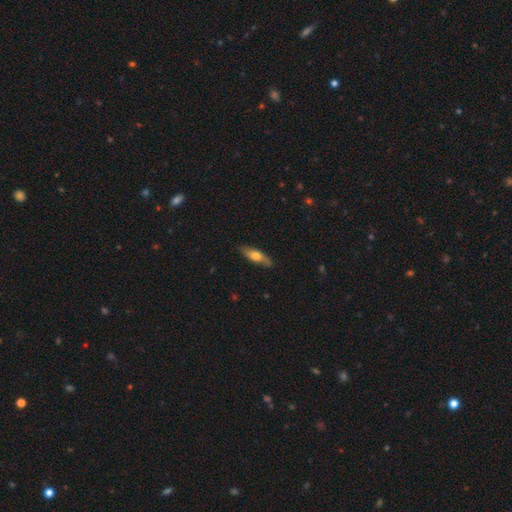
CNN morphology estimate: This appears to be a smooth galaxy with no disk features (58%) that is cigar-shaped (53%). Merging: none (84%).